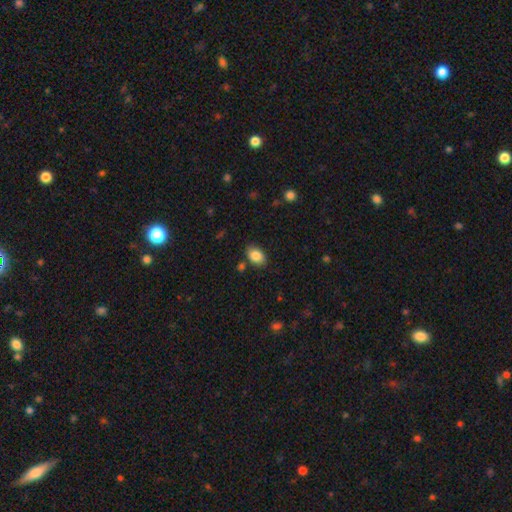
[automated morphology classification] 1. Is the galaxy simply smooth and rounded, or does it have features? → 86% smooth, 8% star or artifact, 6% featured or disk.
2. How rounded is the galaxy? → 82% in between, 17% round, 1% cigar-shaped.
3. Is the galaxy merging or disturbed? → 82% none, 12% minor disturbance, 4% merger, 3% major disturbance.